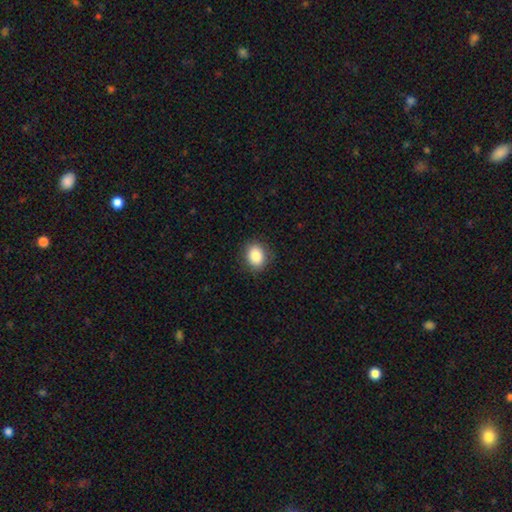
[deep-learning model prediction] A smooth galaxy with no disk features (86%) that is in between round and cigar-shaped (50%).

Vote fractions:
- Smooth or featured? smooth: 86% / star or artifact: 9% / featured or disk: 5%
- How rounded? in between: 50% / round: 49% / cigar-shaped: 1%
- Merging? none: 86% / minor disturbance: 10% / major disturbance: 3% / merger: 1%